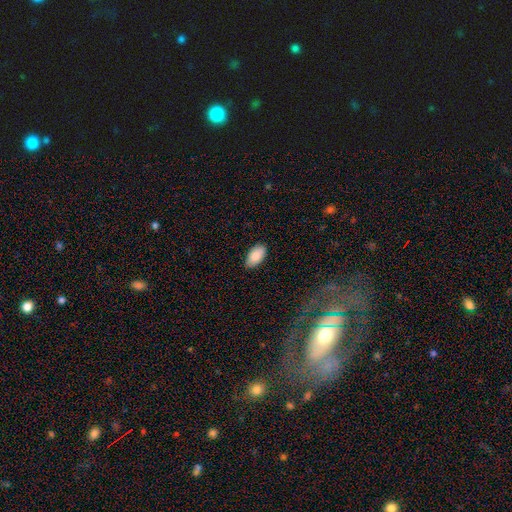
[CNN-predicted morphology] Smooth or featured? smooth (87%)
How rounded? in between (95%)
Merging? none (84%)